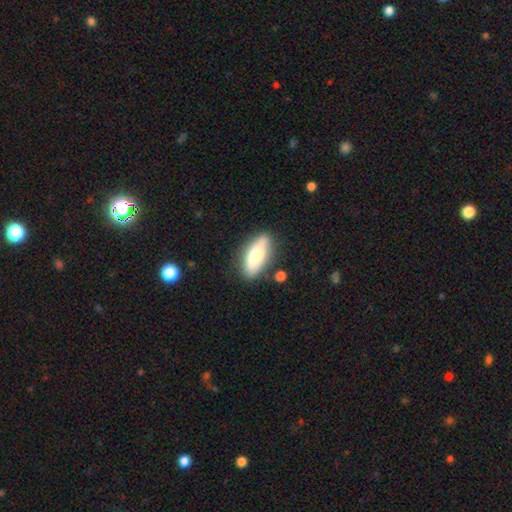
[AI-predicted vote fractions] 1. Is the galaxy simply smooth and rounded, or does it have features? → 69% smooth, 24% featured or disk, 7% star or artifact.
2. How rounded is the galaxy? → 77% in between, 20% cigar-shaped, 3% round.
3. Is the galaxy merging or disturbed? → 75% none, 17% minor disturbance, 5% merger, 4% major disturbance.